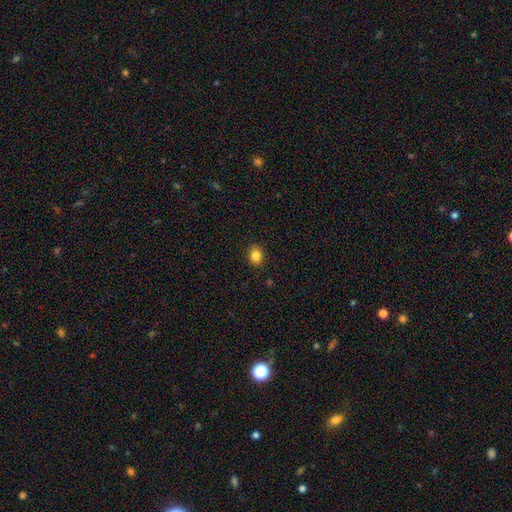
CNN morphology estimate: Q: Smooth or featured?
A: smooth (85%); runner-up: star or artifact (11%)
Q: How rounded?
A: round (56%); runner-up: in between (43%)
Q: Merging?
A: none (89%); runner-up: minor disturbance (8%)